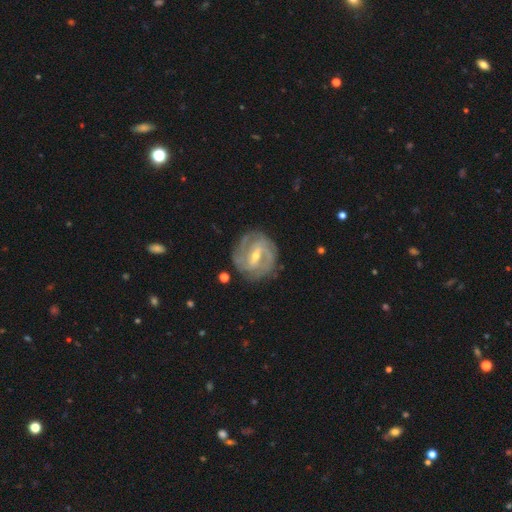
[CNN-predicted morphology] Smooth or featured? featured or disk (87%)
Edge-on disk? no (96%)
Bar? strong (46%)
Spiral arms? yes (95%)
Spiral winding? tight (58%)
Spiral arm count? 2 (48%)
Bulge size? small (49%)
Merging? none (80%)